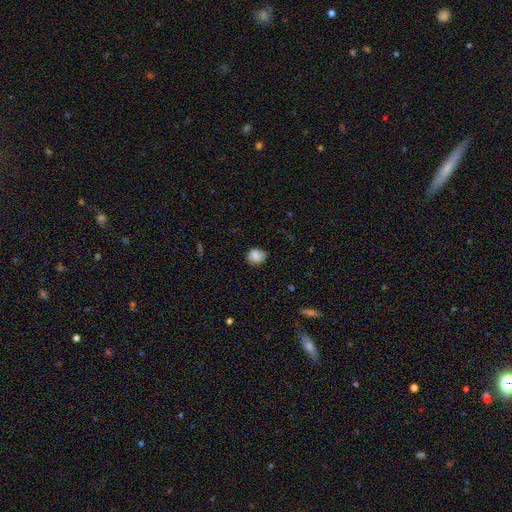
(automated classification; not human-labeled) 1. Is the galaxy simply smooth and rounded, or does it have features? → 84% smooth, 8% star or artifact, 8% featured or disk.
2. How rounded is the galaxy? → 69% round, 30% in between, 1% cigar-shaped.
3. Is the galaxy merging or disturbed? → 80% none, 15% minor disturbance, 3% major disturbance, 1% merger.